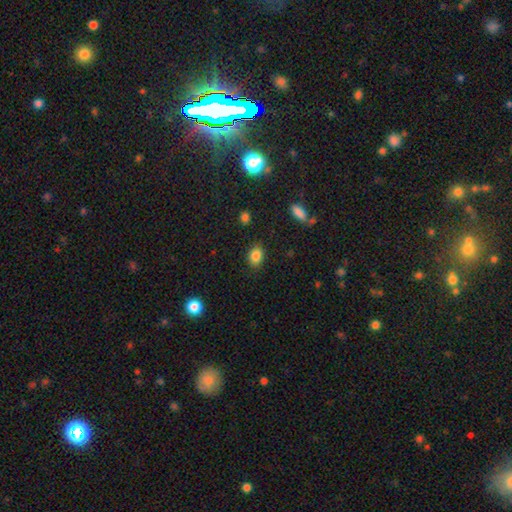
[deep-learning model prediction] Smooth or featured? smooth (85%)
How rounded? in between (71%)
Merging? none (85%)